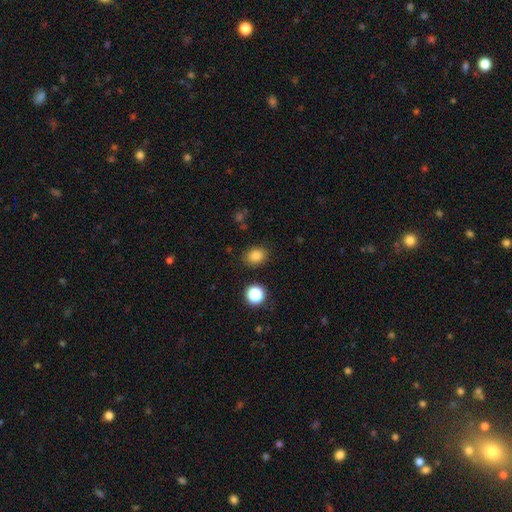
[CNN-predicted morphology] smooth-or-featured: smooth: 83% | star or artifact: 13% | featured or disk: 5%
  how-rounded: in between: 53% | round: 46% | cigar-shaped: 1%
  merging: none: 85% | minor disturbance: 9% | major disturbance: 3% | merger: 2%